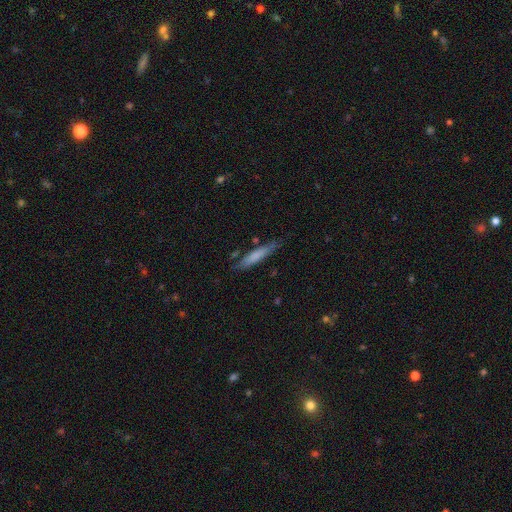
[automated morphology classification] smooth-or-featured: smooth: 70% | featured or disk: 24% | star or artifact: 6%
  how-rounded: cigar-shaped: 90% | in between: 9% | round: 1%
  merging: none: 75% | minor disturbance: 18% | major disturbance: 4% | merger: 3%